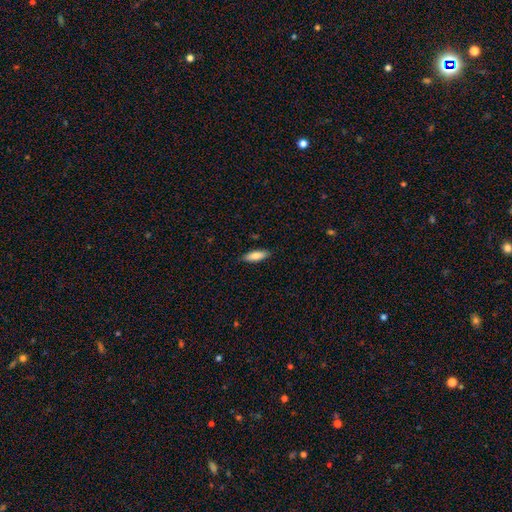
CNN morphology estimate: Smooth or featured: smooth — 84% (featured or disk — 10%)
How rounded: in between — 61% (cigar-shaped — 38%)
Merging: none — 86% (minor disturbance — 11%)